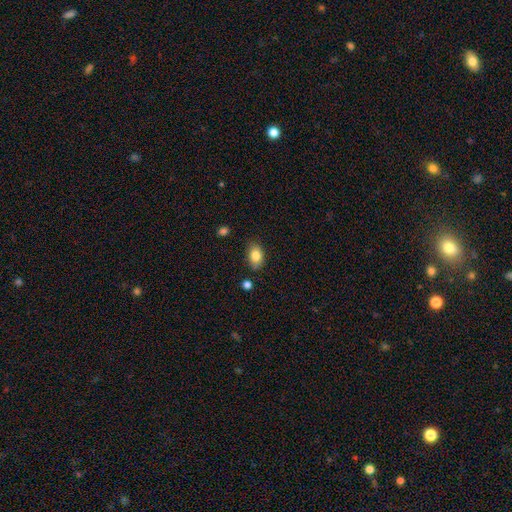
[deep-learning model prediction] The model was most divided on "merging": none: 79%, minor disturbance: 15%, major disturbance: 3%, merger: 3%. More confident: how rounded — in between (84%); smooth or featured — smooth (84%).